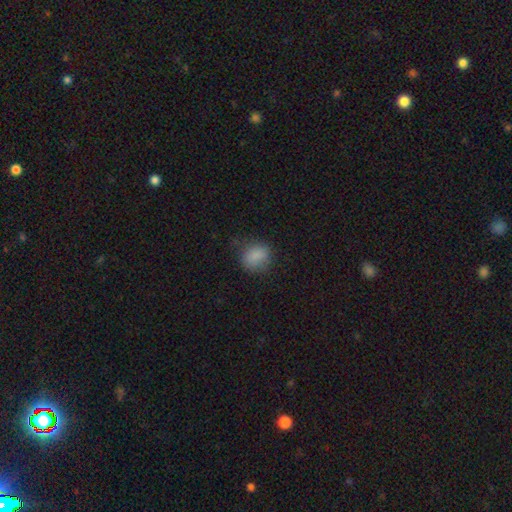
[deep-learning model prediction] Smooth or featured? Predicted: smooth (p=0.84). How rounded? Predicted: round (p=0.56). Merging? Predicted: none (p=0.71).